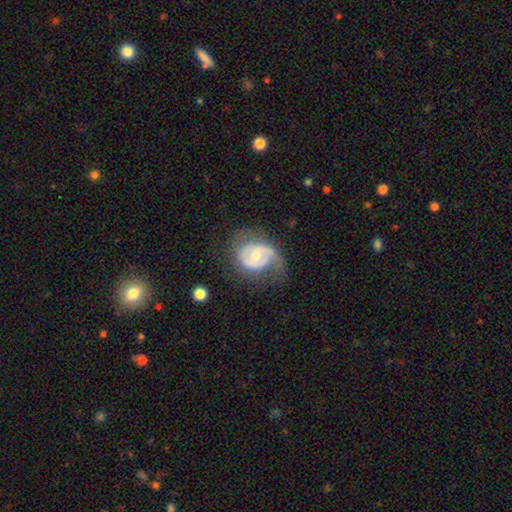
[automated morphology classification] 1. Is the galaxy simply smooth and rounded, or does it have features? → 77% featured or disk, 17% smooth, 5% star or artifact.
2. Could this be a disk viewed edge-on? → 97% no, 3% yes.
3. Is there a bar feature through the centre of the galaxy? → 51% no, 39% weak, 11% strong.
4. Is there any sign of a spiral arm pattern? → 84% yes, 16% no.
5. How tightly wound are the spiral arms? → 42% medium, 33% tight, 25% loose.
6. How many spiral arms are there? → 55% 2, 26% 1, 13% can't tell, 3% 3, 1% 4, 1% more than 4.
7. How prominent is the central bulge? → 58% moderate, 37% small, 3% large, 1% none, 1% dominant.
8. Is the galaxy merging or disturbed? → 46% none, 26% minor disturbance, 26% major disturbance, 2% merger.